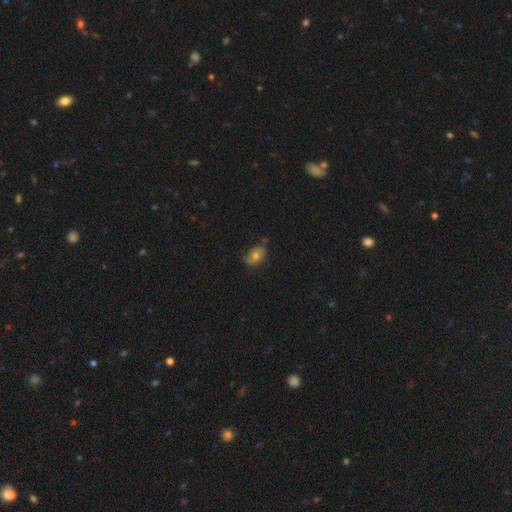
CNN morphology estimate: Smooth or featured?
  - smooth: 50% *
  - featured or disk: 38%
  - star or artifact: 12%
Merging?
  - none: 58% *
  - minor disturbance: 29%
  - major disturbance: 10%
  - merger: 2%